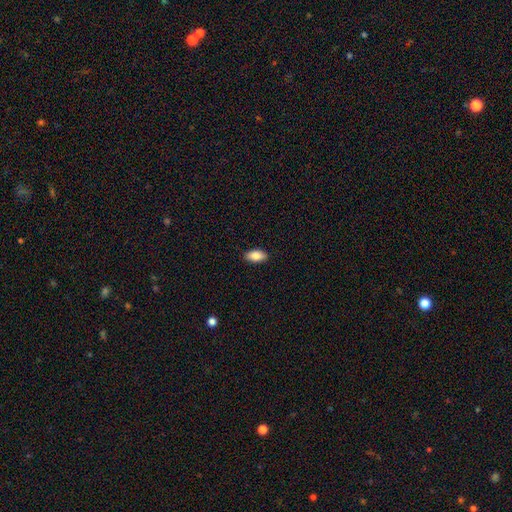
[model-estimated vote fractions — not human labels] smooth-or-featured: smooth: 86% | featured or disk: 7% | star or artifact: 7%
  how-rounded: in between: 92% | cigar-shaped: 5% | round: 3%
  merging: none: 89% | minor disturbance: 8% | major disturbance: 2% | merger: 1%